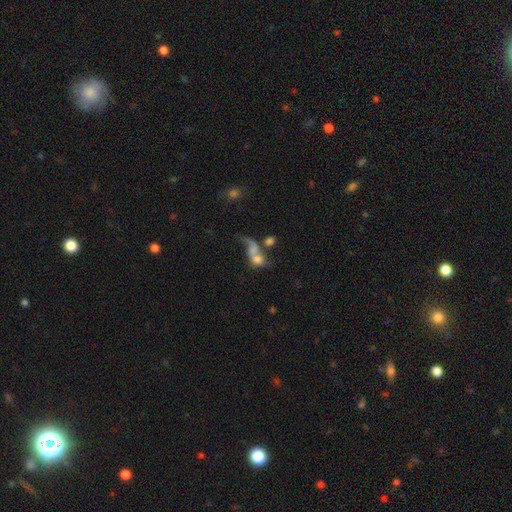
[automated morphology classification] Overall: smooth (51%; featured or disk 36%). How rounded: in between (62%; round 31%). Merging: merger (55%; major disturbance 23%).